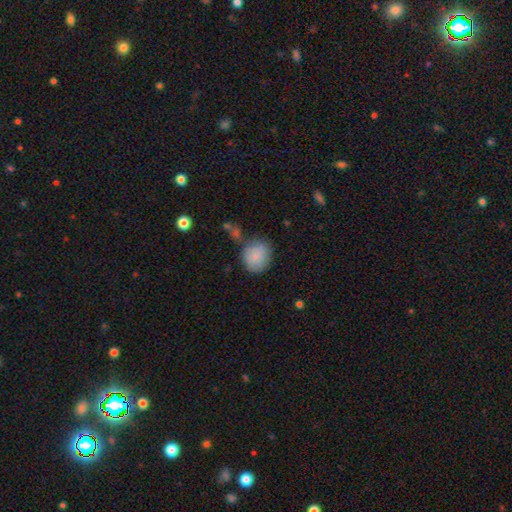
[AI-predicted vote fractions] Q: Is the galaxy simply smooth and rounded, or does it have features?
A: smooth — 85%.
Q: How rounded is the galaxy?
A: round — 81%.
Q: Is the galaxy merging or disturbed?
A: none — 65%.